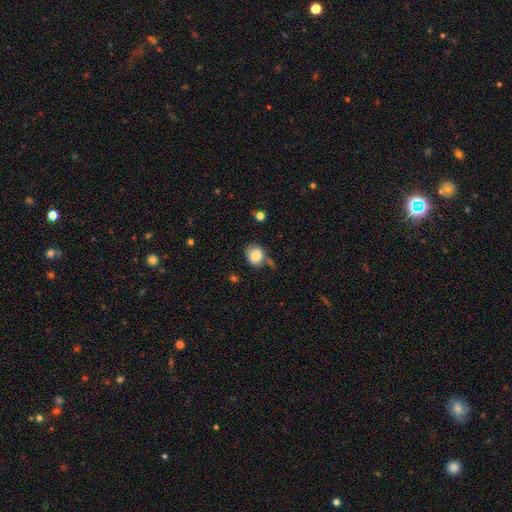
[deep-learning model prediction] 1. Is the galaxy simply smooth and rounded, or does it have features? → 83% smooth, 9% star or artifact, 8% featured or disk.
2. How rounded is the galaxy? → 73% round, 26% in between, 1% cigar-shaped.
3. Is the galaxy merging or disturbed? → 59% none, 24% minor disturbance, 10% merger, 7% major disturbance.